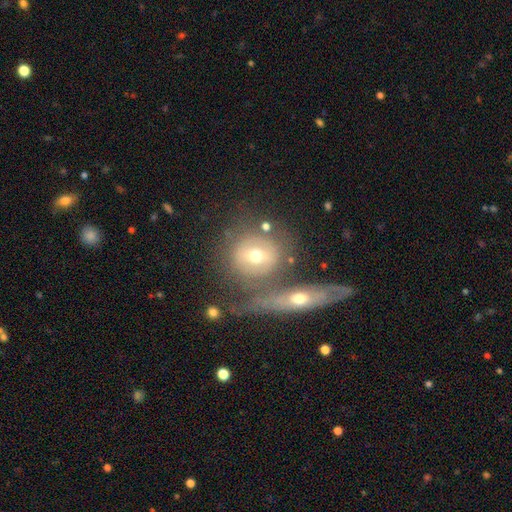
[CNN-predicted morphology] smooth-or-featured: smooth: 47% | featured or disk: 45% | star or artifact: 9%
  merging: none: 50% | merger: 28% | minor disturbance: 14% | major disturbance: 8%